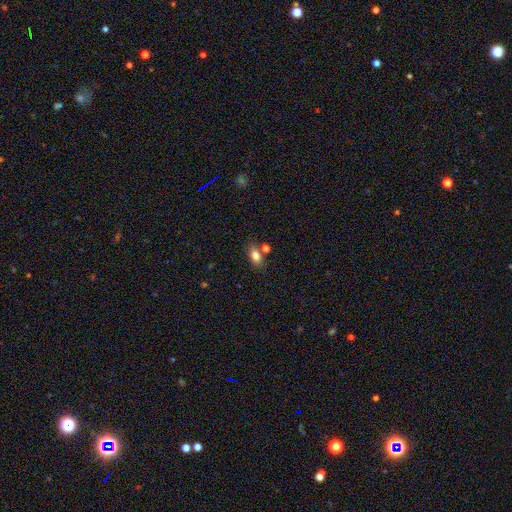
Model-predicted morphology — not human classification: Overall: smooth (79%). How rounded: in between (85%). Merging: none (69%).